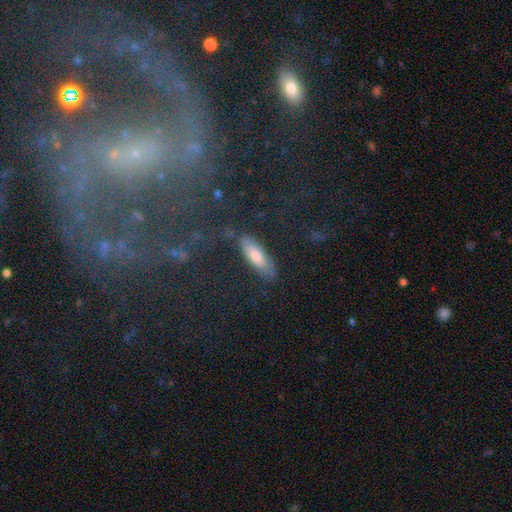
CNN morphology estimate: smooth_or_featured: smooth (p=0.69) [alt: featured or disk p=0.20]
how_rounded: in between (p=0.57) [alt: cigar-shaped p=0.39]
merging: none (p=0.82) [alt: minor disturbance p=0.12]